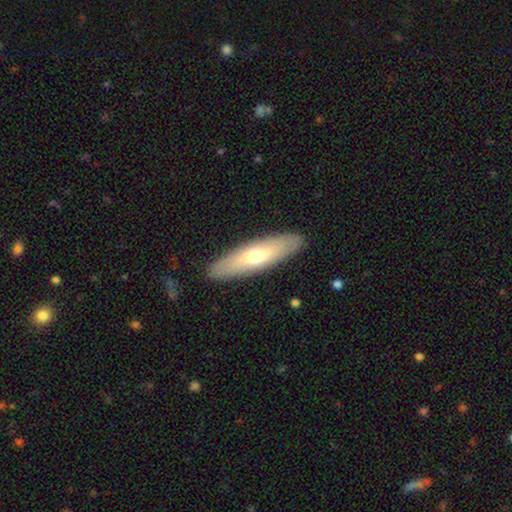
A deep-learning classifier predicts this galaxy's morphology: type=smooth (59%); roundness=cigar-shaped (66%); merging=none (90%).